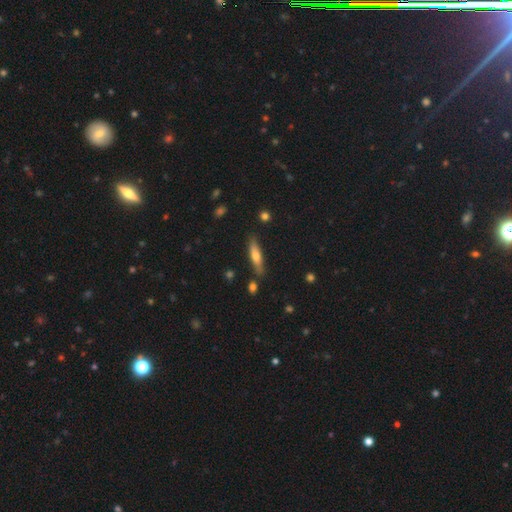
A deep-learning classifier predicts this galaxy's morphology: Smooth or featured?
  - smooth: 54% *
  - featured or disk: 40%
  - star or artifact: 6%
How rounded?
  - cigar-shaped: 76% *
  - in between: 22%
  - round: 2%
Merging?
  - none: 81% *
  - minor disturbance: 12%
  - merger: 4%
  - major disturbance: 3%